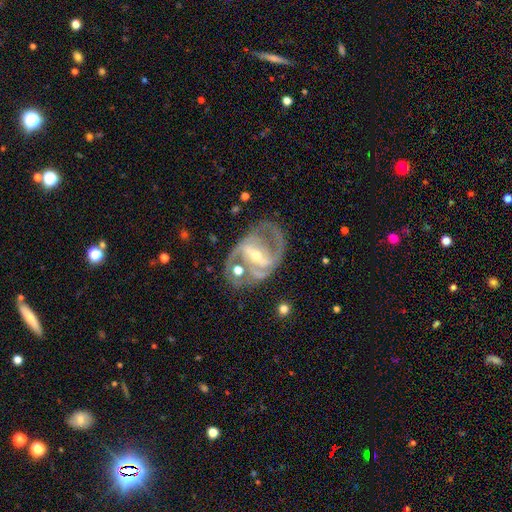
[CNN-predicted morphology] Overall: featured or disk (89%). Edge-on disk: no (97%). Bar: strong (63%; weak 27%). Spiral arms: yes (94%). Spiral arm count: 2 (72%). Spiral winding: medium (52%; tight 29%). Bulge size: small (49%; moderate 46%). Merging: none (57%; minor disturbance 18%).